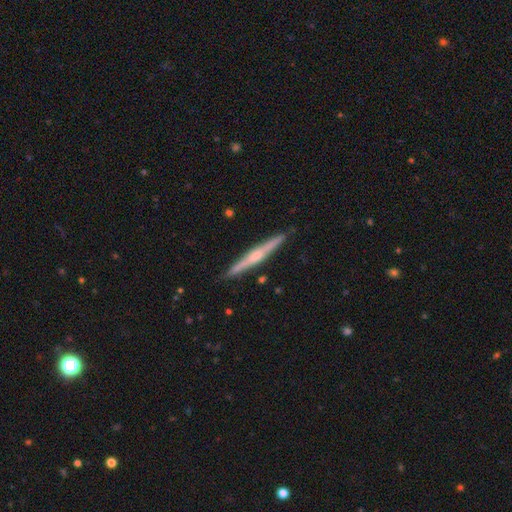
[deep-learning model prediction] A featured or disk galaxy (71%) viewed edge-on (98%) with a rounded central bulge (72%). Merging: none (91%).